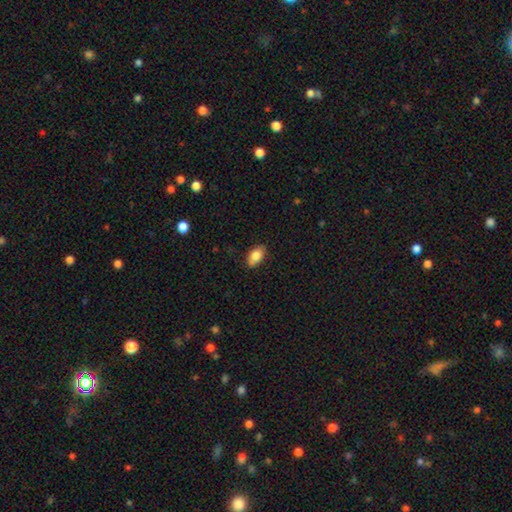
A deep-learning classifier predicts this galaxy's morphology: smooth_or_featured: smooth (p=0.82) [alt: featured or disk p=0.11]
how_rounded: in between (p=0.91) [alt: round p=0.05]
merging: none (p=0.84) [alt: minor disturbance p=0.13]